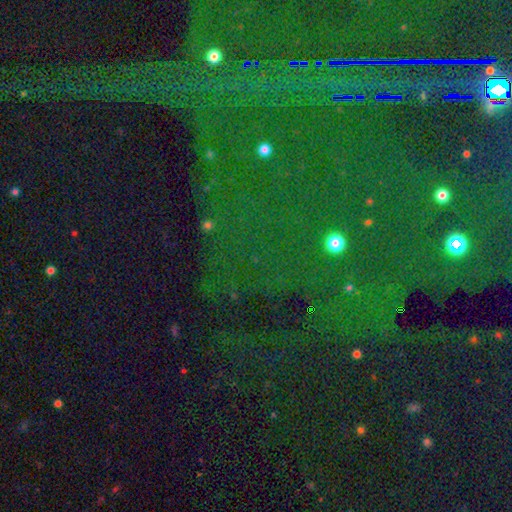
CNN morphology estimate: Q: Smooth or featured?
A: star or artifact (85%); runner-up: smooth (8%)